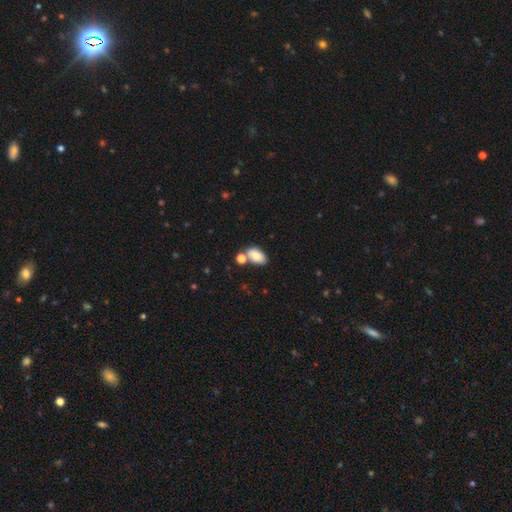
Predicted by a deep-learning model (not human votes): Smooth or featured? Predicted: smooth (p=0.81). How rounded? Predicted: in between (p=0.91). Merging? Predicted: none (p=0.59).